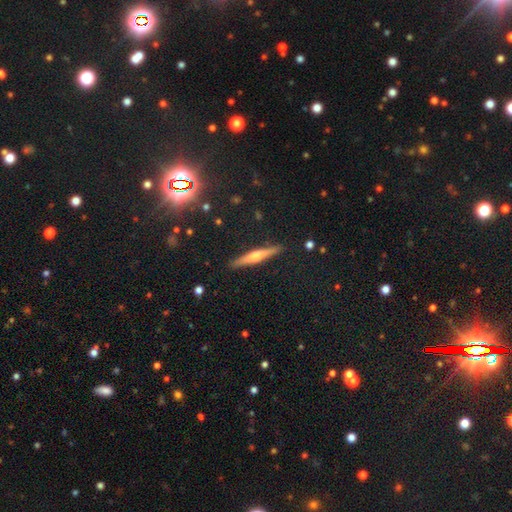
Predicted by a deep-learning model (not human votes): featured or disk 59%, smooth 33%, star or artifact 8%. Down the decision tree: edge-on disk — yes (97%); edge-on bulge — rounded (78%); merging — none (90%).